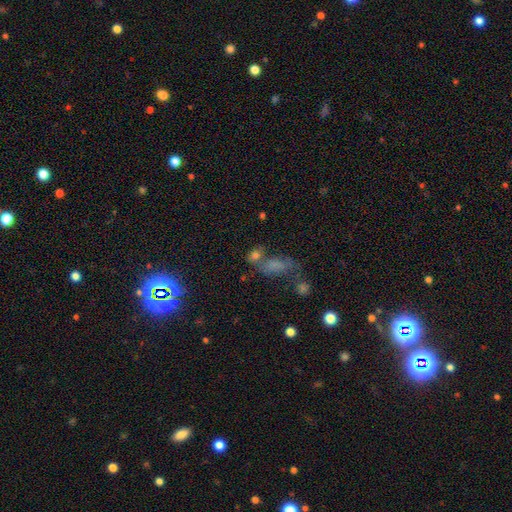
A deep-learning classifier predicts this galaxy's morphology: Q: Smooth or featured?
A: smooth (67%); runner-up: star or artifact (21%)
Q: How rounded?
A: in between (68%); runner-up: round (25%)
Q: Merging?
A: none (44%); runner-up: merger (33%)